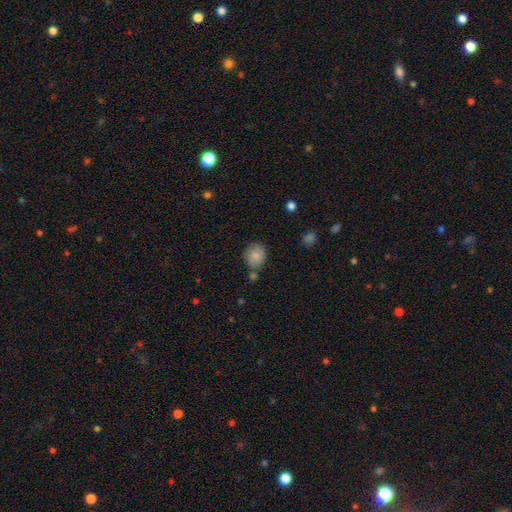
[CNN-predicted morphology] Q: Smooth or featured?
A: smooth (83%); runner-up: featured or disk (9%)
Q: How rounded?
A: round (76%); runner-up: in between (23%)
Q: Merging?
A: none (68%); runner-up: minor disturbance (17%)